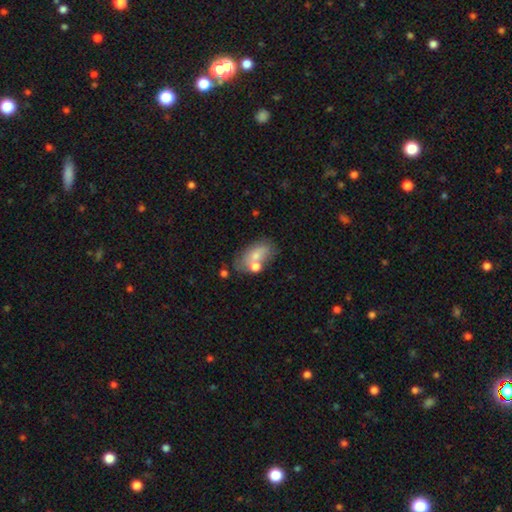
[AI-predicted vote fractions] This appears to be a smooth galaxy with no disk features (63%) that is in between round and cigar-shaped (87%). Merging: none (45%).